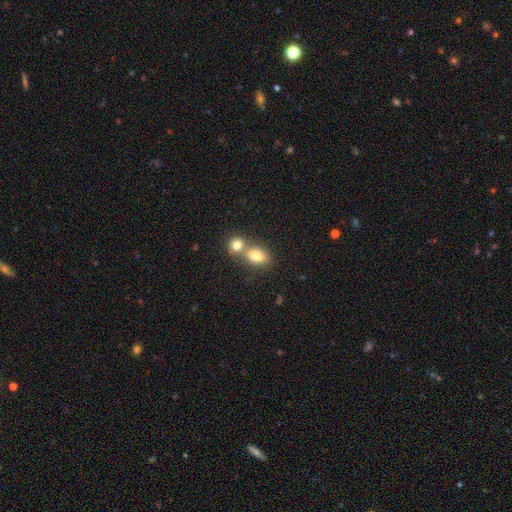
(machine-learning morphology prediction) A smooth galaxy with no disk features (79%) that is in between round and cigar-shaped (73%). Merging: merger (54%).